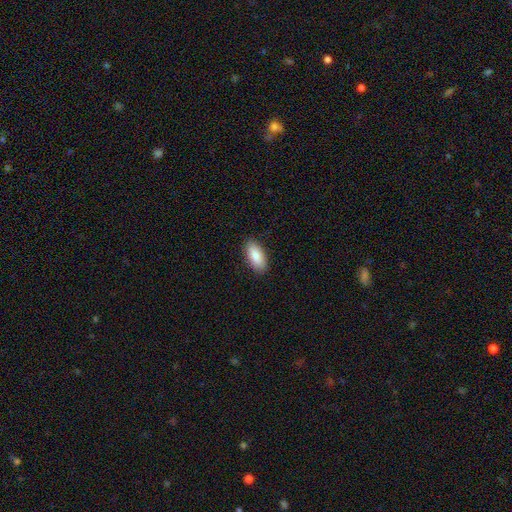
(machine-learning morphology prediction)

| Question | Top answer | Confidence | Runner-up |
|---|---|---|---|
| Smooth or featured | smooth | 85% | featured or disk (9%) |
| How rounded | in between | 90% | cigar-shaped (8%) |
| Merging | none | 89% | minor disturbance (9%) |